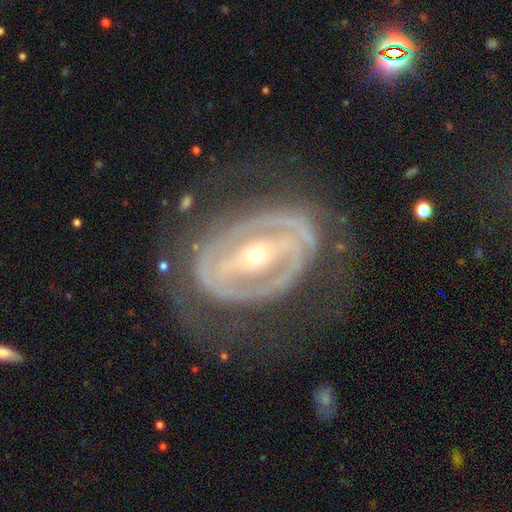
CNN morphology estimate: Smooth or featured: featured or disk — 86% (smooth — 8%)
Edge-on disk: no — 94% (yes — 6%)
Bar: strong — 64% (weak — 22%)
Spiral arms: yes — 68% (no — 32%)
Spiral winding: tight — 60% (medium — 27%)
Spiral arm count: 2 — 51% (can't tell — 30%)
Bulge size: small — 71% (moderate — 25%)
Merging: none — 63% (major disturbance — 18%)